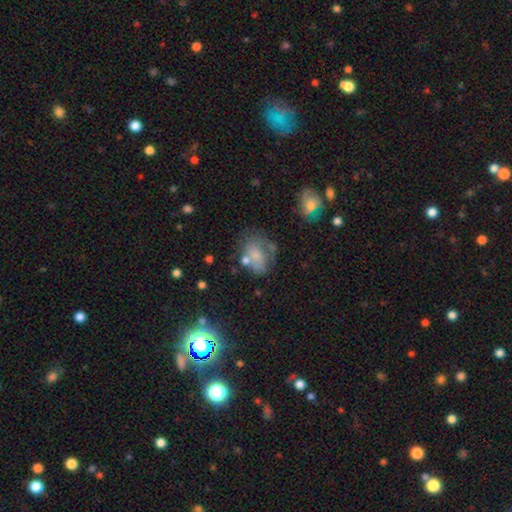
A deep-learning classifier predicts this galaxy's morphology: Q: Smooth or featured?
A: smooth (50%); runner-up: featured or disk (37%)
Q: Merging?
A: none (40%); runner-up: minor disturbance (25%)